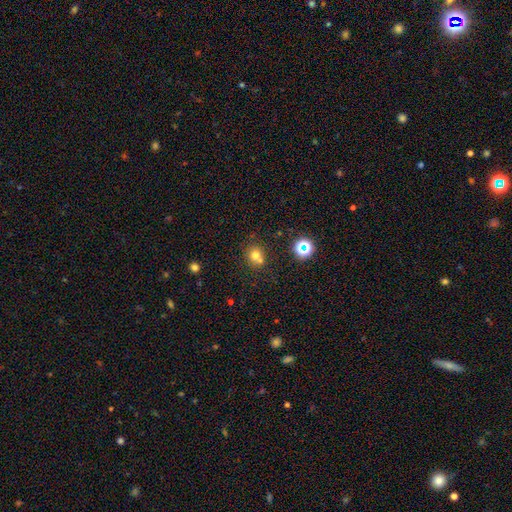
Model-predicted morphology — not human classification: Smooth or featured?
  - smooth: 70% *
  - star or artifact: 19%
  - featured or disk: 11%
How rounded?
  - round: 83% *
  - in between: 16%
  - cigar-shaped: 1%
Merging?
  - none: 56% *
  - merger: 31%
  - minor disturbance: 9%
  - major disturbance: 3%